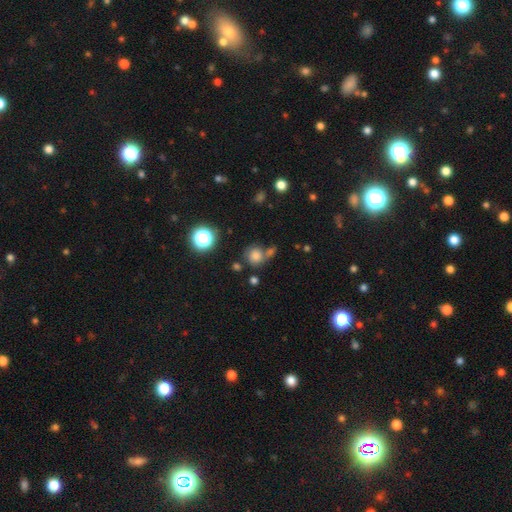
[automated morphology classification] This is likely a smooth galaxy (74%). How rounded: clearly round (86%). Merging: possibly none (56%).